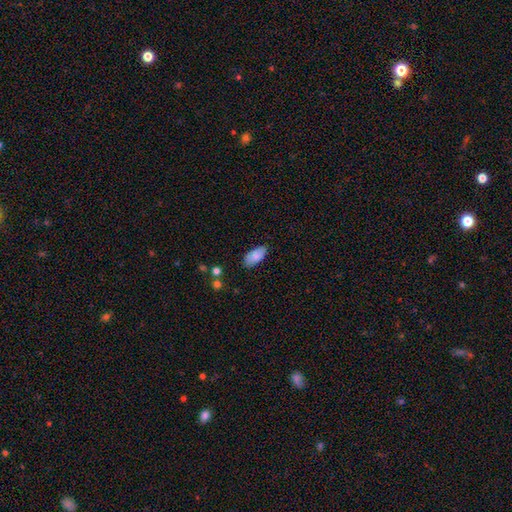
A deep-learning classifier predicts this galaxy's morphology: The model was most divided on "merging": none: 82%, minor disturbance: 14%, major disturbance: 2%, merger: 1%. More confident: how rounded — in between (93%); smooth or featured — smooth (84%).